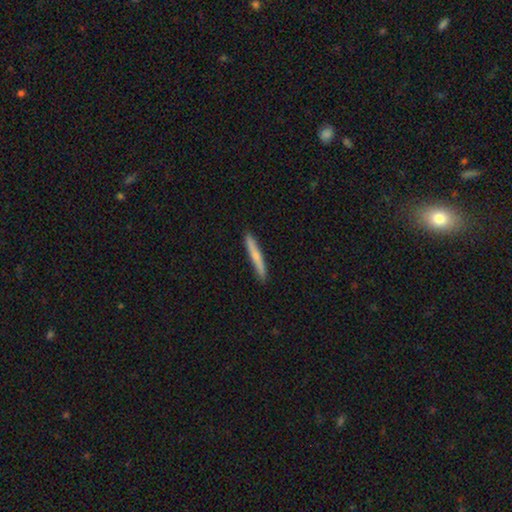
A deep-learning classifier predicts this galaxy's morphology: Smooth or featured? smooth (63%)
How rounded? cigar-shaped (95%)
Merging? none (89%)